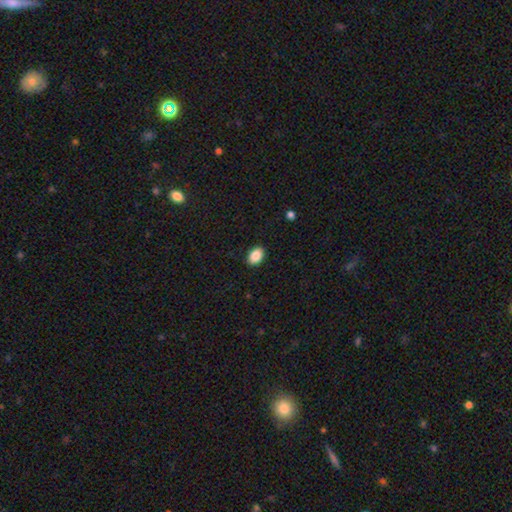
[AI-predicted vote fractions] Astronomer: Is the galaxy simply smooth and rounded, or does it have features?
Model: smooth — 88%.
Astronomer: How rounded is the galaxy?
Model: in between — 84%.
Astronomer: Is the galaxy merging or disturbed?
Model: none — 90%.